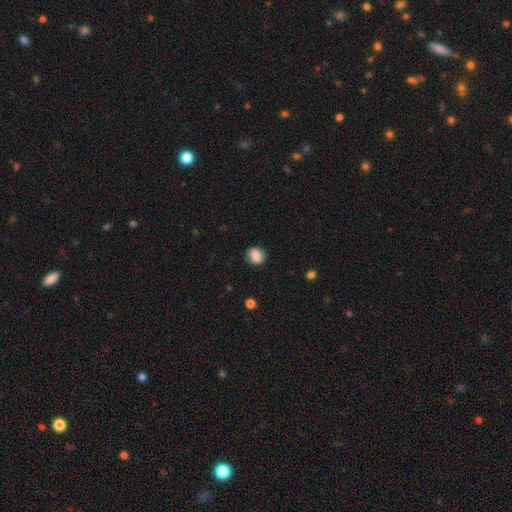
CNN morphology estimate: A smooth galaxy with no disk features (87%) that is round (73%). Merging: none (87%).